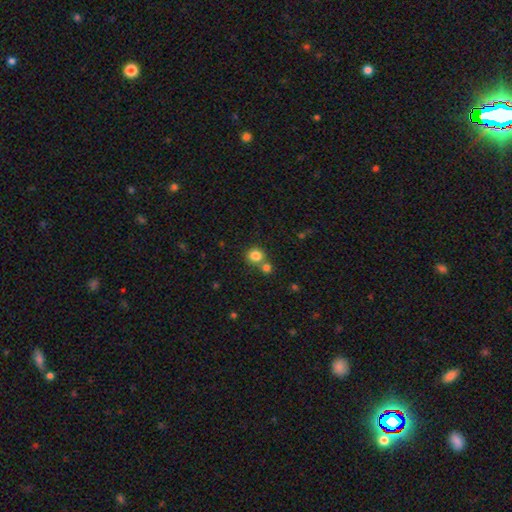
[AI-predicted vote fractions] Morphology: type=smooth (83%); roundness=round (85%); merging=none (58%).